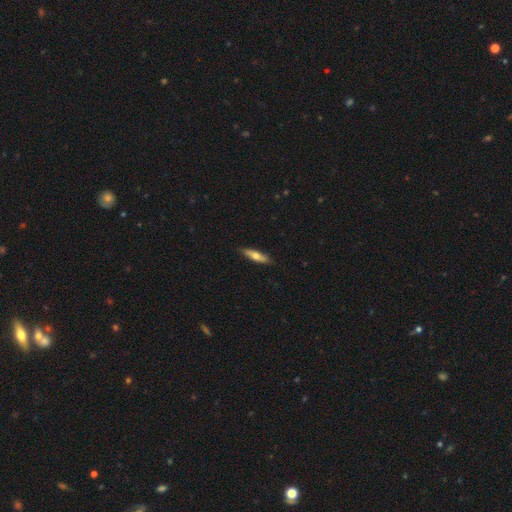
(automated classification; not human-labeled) Smooth or featured? Predicted: smooth (p=0.58). How rounded? Predicted: cigar-shaped (p=0.73). Merging? Predicted: none (p=0.88).